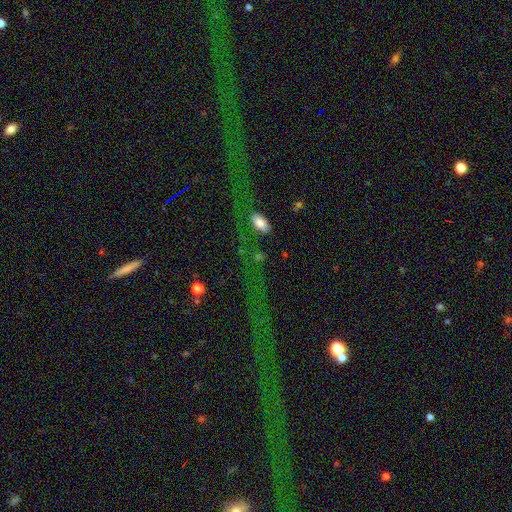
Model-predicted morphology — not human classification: The model was most divided on "smooth or featured": star or artifact: 52%, smooth: 24%, featured or disk: 23%.